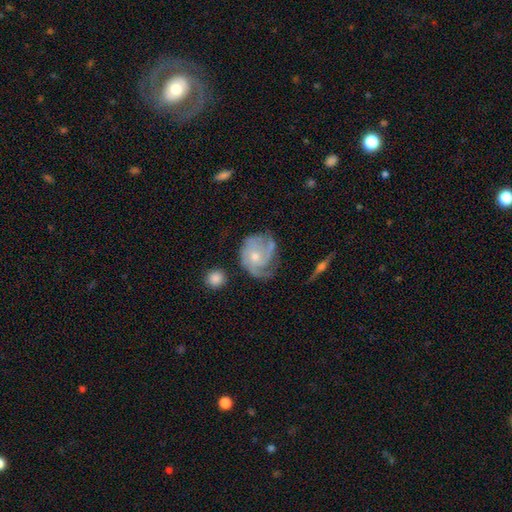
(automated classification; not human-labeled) Smooth or featured?
  - featured or disk: 75% *
  - smooth: 18%
  - star or artifact: 6%
Edge-on disk?
  - no: 97% *
  - yes: 3%
Bar?
  - no: 79% *
  - weak: 18%
  - strong: 3%
Spiral arms?
  - yes: 89% *
  - no: 11%
Spiral winding?
  - tight: 48% *
  - medium: 36%
  - loose: 16%
Spiral arm count?
  - 3: 32% *
  - can't tell: 28%
  - 2: 18%
  - 1: 9%
  - 4: 8%
  - more than 4: 5%
Bulge size?
  - moderate: 50% *
  - small: 45%
  - none: 2%
  - large: 2%
  - dominant: 1%
Merging?
  - none: 49% *
  - minor disturbance: 28%
  - major disturbance: 19%
  - merger: 4%